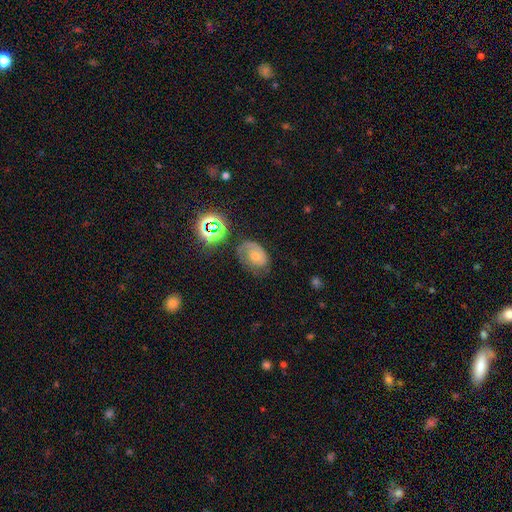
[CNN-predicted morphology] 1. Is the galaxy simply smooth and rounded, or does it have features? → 53% featured or disk, 25% smooth, 22% star or artifact.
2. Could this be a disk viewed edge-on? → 96% no, 4% yes.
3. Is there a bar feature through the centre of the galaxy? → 71% no, 24% weak, 6% strong.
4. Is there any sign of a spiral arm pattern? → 84% yes, 16% no.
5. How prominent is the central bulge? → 50% moderate, 41% small, 4% large, 4% none, 2% dominant.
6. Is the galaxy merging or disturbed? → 65% none, 22% minor disturbance, 10% major disturbance, 2% merger.